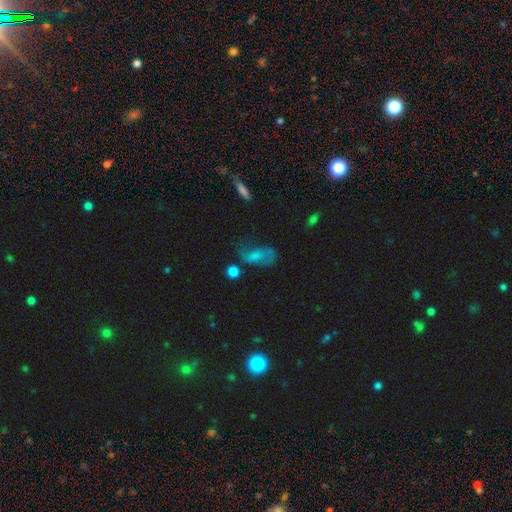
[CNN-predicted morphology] The model was most divided on "smooth or featured": featured or disk: 50%, smooth: 37%, star or artifact: 13%. Remaining: edge-on disk — no (95%); merging — none (42%).